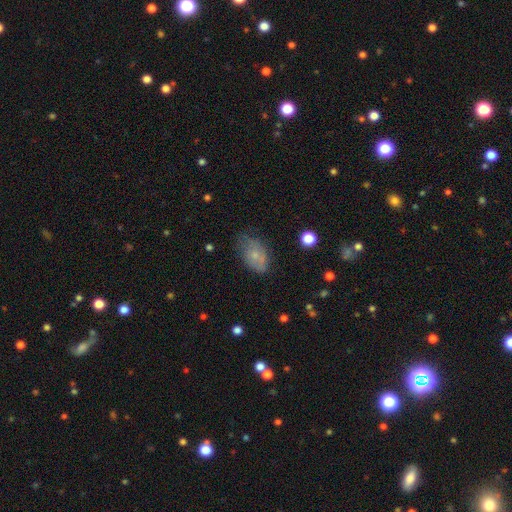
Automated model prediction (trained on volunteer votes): A smooth galaxy with no disk features (63%) that is in between round and cigar-shaped (88%).

Vote fractions:
- Smooth or featured? smooth: 63% / featured or disk: 27% / star or artifact: 9%
- How rounded? in between: 88% / round: 10% / cigar-shaped: 2%
- Merging? none: 55% / minor disturbance: 32% / major disturbance: 12% / merger: 2%